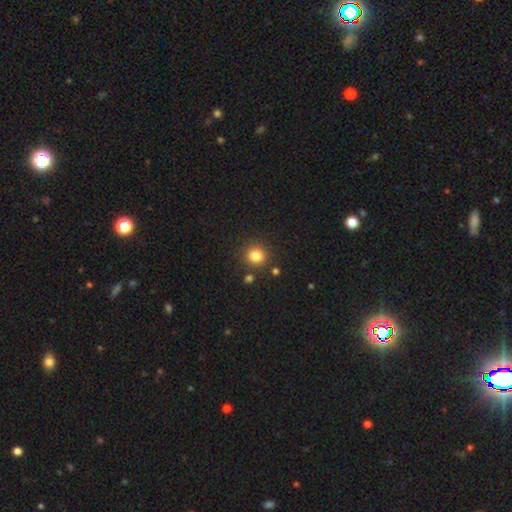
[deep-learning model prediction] Smooth or featured? smooth (82%)
How rounded? round (92%)
Merging? none (85%)